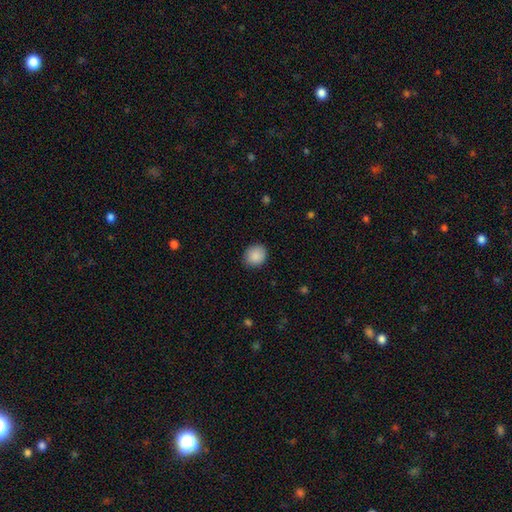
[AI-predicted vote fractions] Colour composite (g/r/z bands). It shows a smooth galaxy with no disk features (89%) that is round (67%). Merging: none (85%).